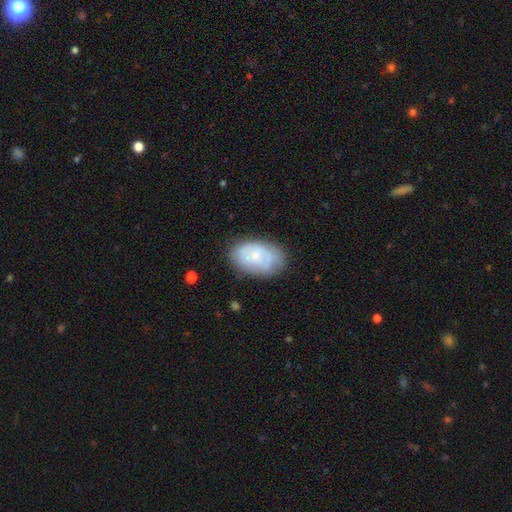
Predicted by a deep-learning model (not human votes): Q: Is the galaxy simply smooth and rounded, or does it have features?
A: smooth — 52%.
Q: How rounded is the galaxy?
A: in between — 90%.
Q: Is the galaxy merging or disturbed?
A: none — 72%.